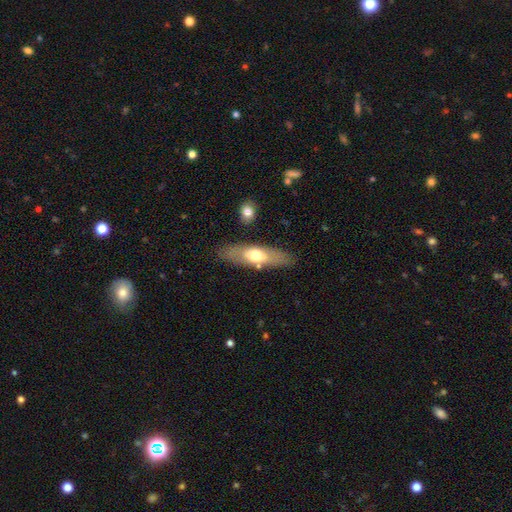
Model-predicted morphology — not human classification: Smooth or featured? smooth (52%)
How rounded? in between (52%)
Merging? none (80%)